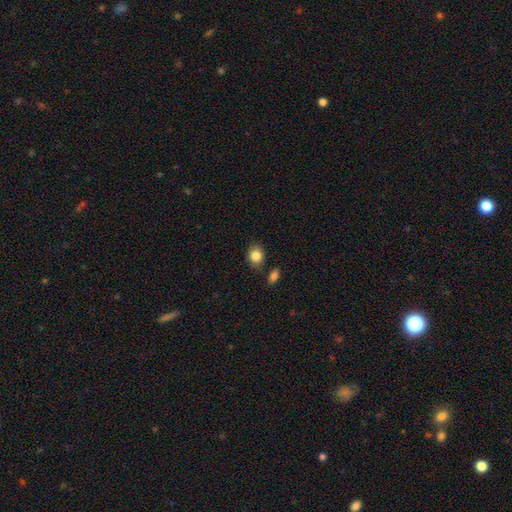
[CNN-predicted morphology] smooth-or-featured: smooth: 85% | star or artifact: 9% | featured or disk: 7%
  how-rounded: round: 54% | in between: 45% | cigar-shaped: 1%
  merging: none: 79% | minor disturbance: 13% | merger: 6% | major disturbance: 3%